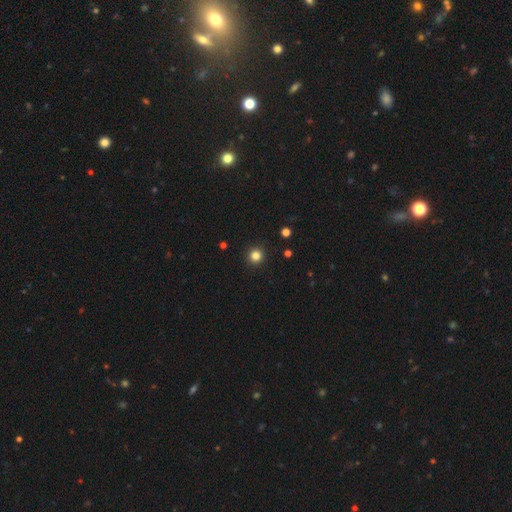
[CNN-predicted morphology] Smooth or featured?
  - smooth: 82% *
  - star or artifact: 13%
  - featured or disk: 4%
How rounded?
  - round: 95% *
  - in between: 4%
  - cigar-shaped: 1%
Merging?
  - none: 93% *
  - minor disturbance: 4%
  - major disturbance: 2%
  - merger: 1%